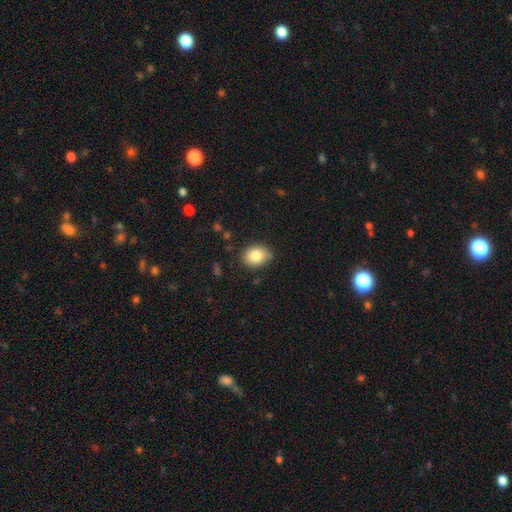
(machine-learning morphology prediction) Q: Smooth or featured?
A: smooth (84%); runner-up: star or artifact (8%)
Q: How rounded?
A: in between (58%); runner-up: round (41%)
Q: Merging?
A: none (82%); runner-up: minor disturbance (14%)